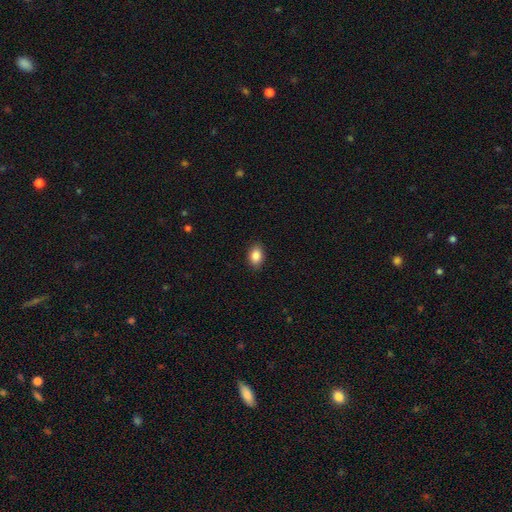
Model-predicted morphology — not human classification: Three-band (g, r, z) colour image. It shows a smooth galaxy with no disk features (87%) that is in between round and cigar-shaped (83%). Merging: none (88%).